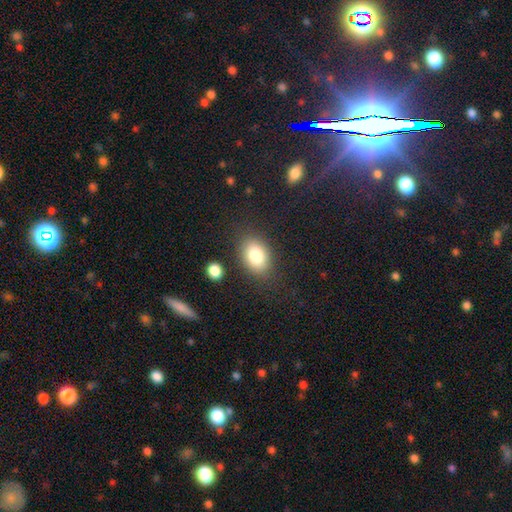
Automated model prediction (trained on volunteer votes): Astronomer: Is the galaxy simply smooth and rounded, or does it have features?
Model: smooth — 82%.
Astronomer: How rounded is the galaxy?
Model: in between — 80%.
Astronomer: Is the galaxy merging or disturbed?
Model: none — 82%.